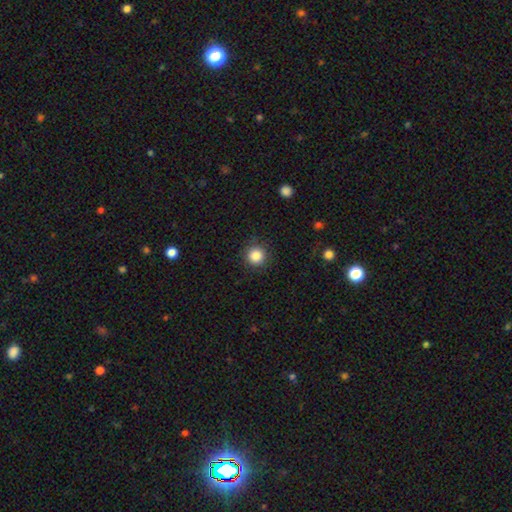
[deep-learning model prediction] A smooth galaxy with no disk features (86%) that is round (95%). Merging: none (90%).